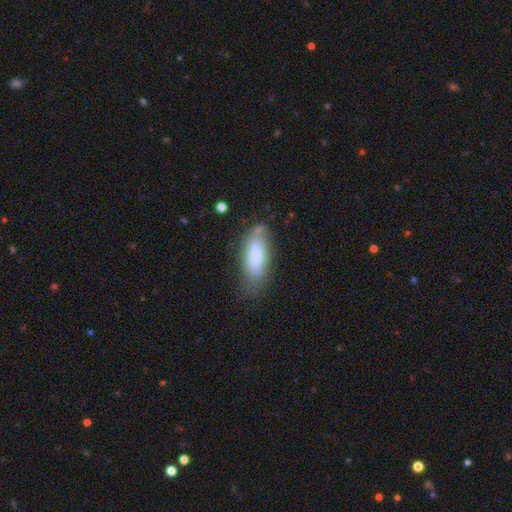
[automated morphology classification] Overall: smooth (71%). How rounded: in between (70%). Merging: none (65%; minor disturbance 25%).